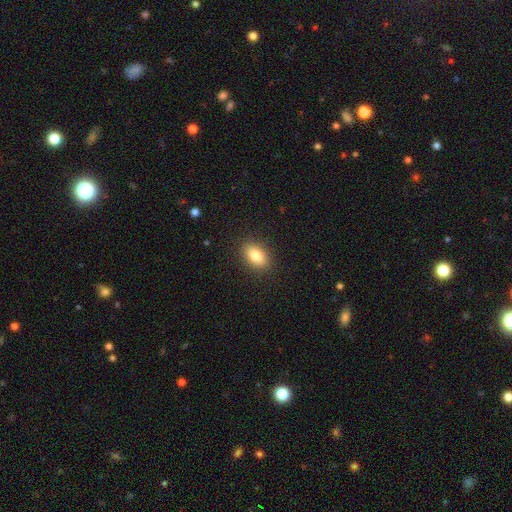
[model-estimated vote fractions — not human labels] smooth-or-featured: smooth: 83% | featured or disk: 9% | star or artifact: 8%
  how-rounded: in between: 87% | round: 11% | cigar-shaped: 2%
  merging: none: 89% | minor disturbance: 8% | major disturbance: 2% | merger: 1%